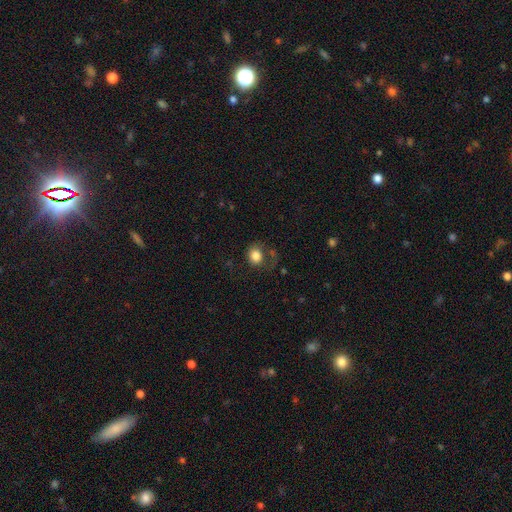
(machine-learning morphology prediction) A smooth galaxy with no disk features (82%) that is round (68%).

Vote fractions:
- Smooth or featured? smooth: 82% / star or artifact: 10% / featured or disk: 8%
- How rounded? round: 68% / in between: 32% / cigar-shaped: 1%
- Merging? none: 53% / major disturbance: 21% / minor disturbance: 21% / merger: 5%